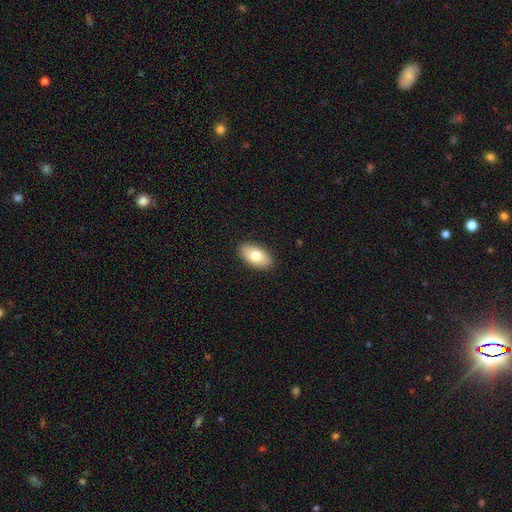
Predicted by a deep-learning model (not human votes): Overall: smooth (76%). How rounded: in between (94%). Merging: none (90%).